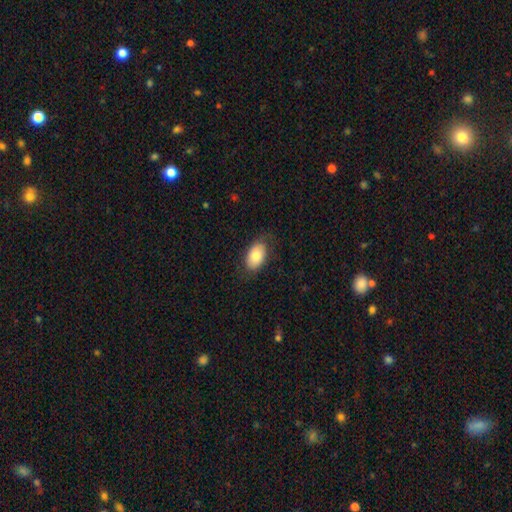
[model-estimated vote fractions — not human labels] Smooth or featured: smooth — 80% (featured or disk — 14%)
How rounded: in between — 92% (round — 6%)
Merging: none — 76% (minor disturbance — 18%)